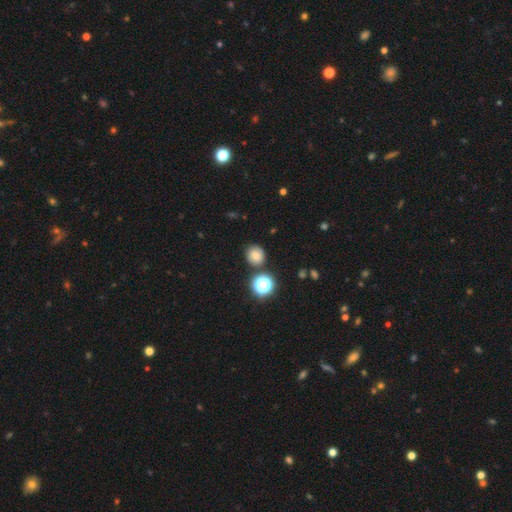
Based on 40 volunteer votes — Q: Smooth or featured?
A: smooth (80%); runner-up: featured or disk (15%)
Q: How rounded?
A: round (78%); runner-up: in between (22%)
Q: Merging?
A: none (89%); runner-up: major disturbance (5%)